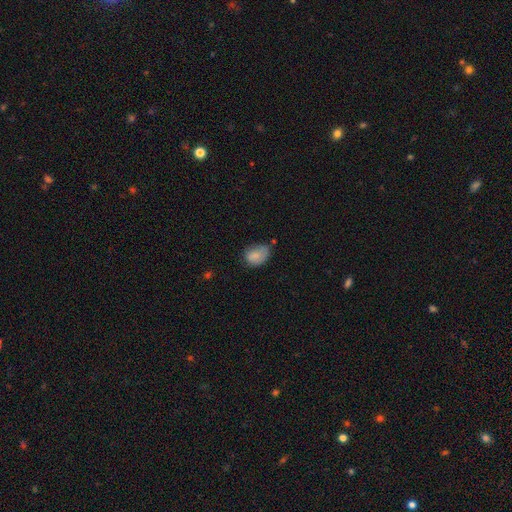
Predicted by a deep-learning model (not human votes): A smooth galaxy with no disk features (82%) that is in between round and cigar-shaped (74%). Merging: none (49%).